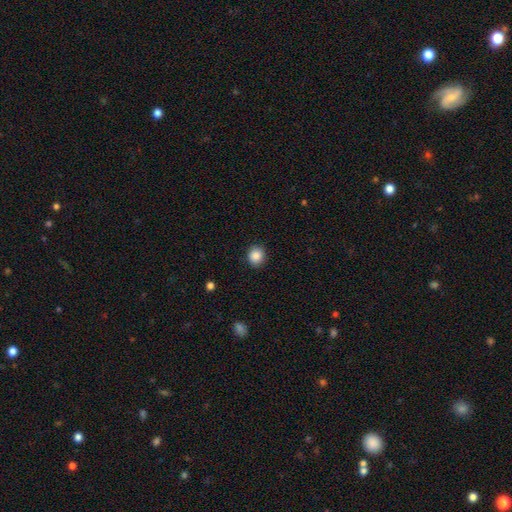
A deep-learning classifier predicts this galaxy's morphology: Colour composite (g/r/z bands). It shows a smooth galaxy with no disk features (88%) that is round (85%). Merging: none (90%).